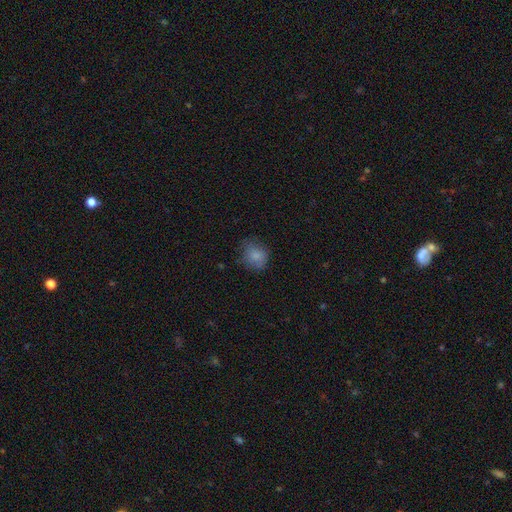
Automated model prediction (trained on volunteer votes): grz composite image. It shows a smooth galaxy with no disk features (80%) that is round (65%). Merging: none (65%).